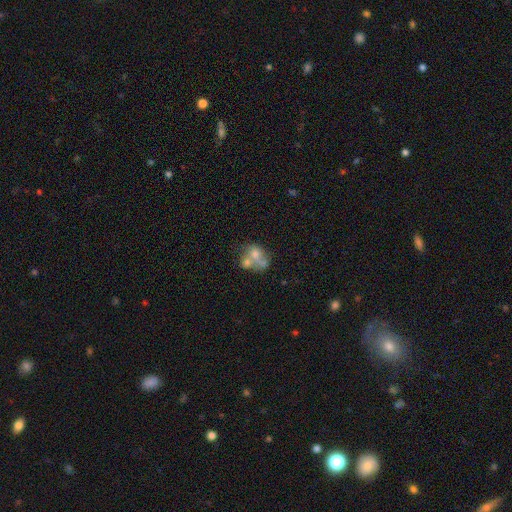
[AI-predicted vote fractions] Smooth or featured? smooth (55%)
How rounded? in between (52%)
Merging? merger (57%)